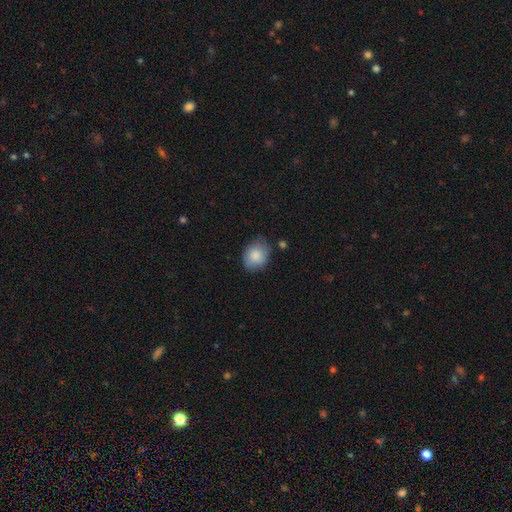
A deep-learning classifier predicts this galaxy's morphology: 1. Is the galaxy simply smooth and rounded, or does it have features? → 84% smooth, 9% featured or disk, 7% star or artifact.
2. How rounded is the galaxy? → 51% in between, 48% round, 1% cigar-shaped.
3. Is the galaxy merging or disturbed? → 70% none, 23% minor disturbance, 4% major disturbance, 3% merger.